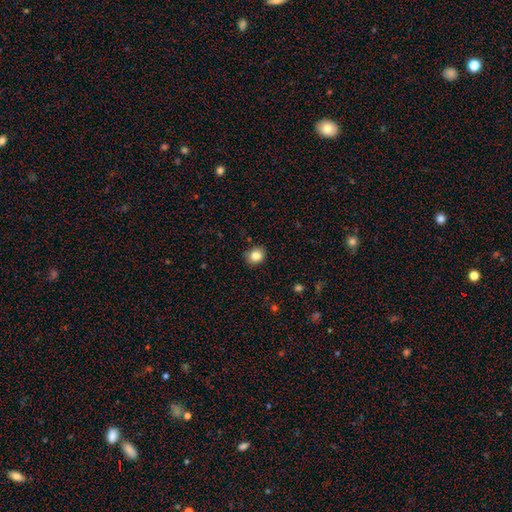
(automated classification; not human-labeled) The model was most divided on "how rounded": round: 74%, in between: 26%, cigar-shaped: 1%. More confident: smooth or featured — smooth (85%); merging — none (84%).